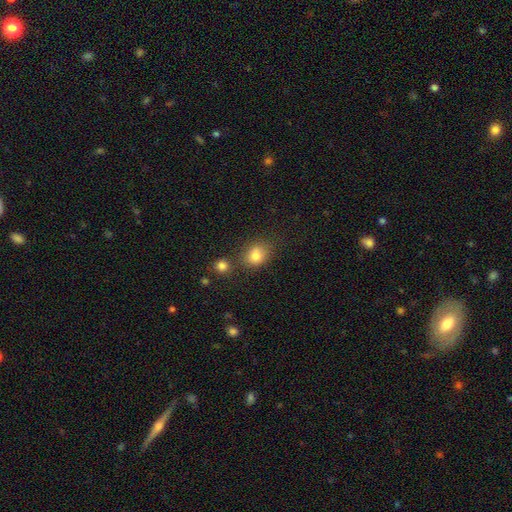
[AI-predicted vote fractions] Smooth or featured?
  - smooth: 80% *
  - star or artifact: 12%
  - featured or disk: 9%
How rounded?
  - round: 54% *
  - in between: 45%
  - cigar-shaped: 1%
Merging?
  - none: 61% *
  - minor disturbance: 18%
  - merger: 16%
  - major disturbance: 6%